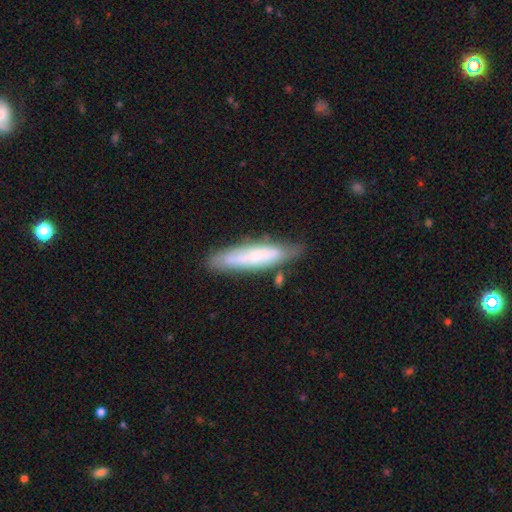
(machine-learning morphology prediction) The model was most divided on "smooth or featured": smooth: 54%, featured or disk: 40%, star or artifact: 6%. More confident: how rounded — cigar-shaped (77%); merging — none (69%).